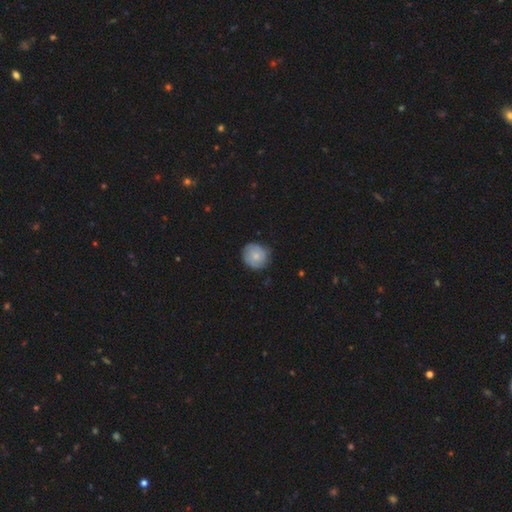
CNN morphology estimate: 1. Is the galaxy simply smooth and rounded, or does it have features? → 62% smooth, 31% featured or disk, 6% star or artifact.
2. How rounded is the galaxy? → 89% round, 10% in between, 1% cigar-shaped.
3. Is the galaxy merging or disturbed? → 79% none, 17% minor disturbance, 3% major disturbance, 1% merger.